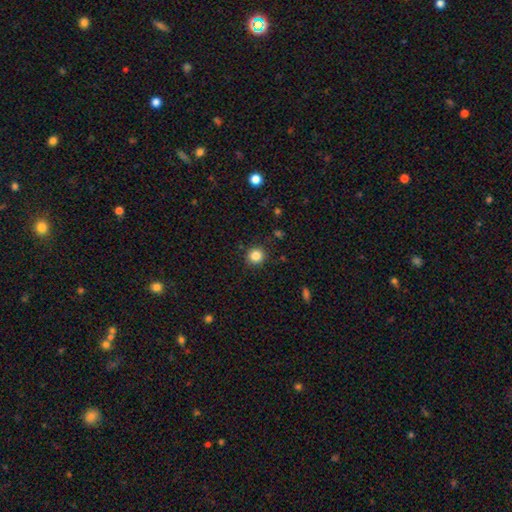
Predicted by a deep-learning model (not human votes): Smooth or featured? Predicted: smooth (p=0.84). How rounded? Predicted: round (p=0.92). Merging? Predicted: none (p=0.90).